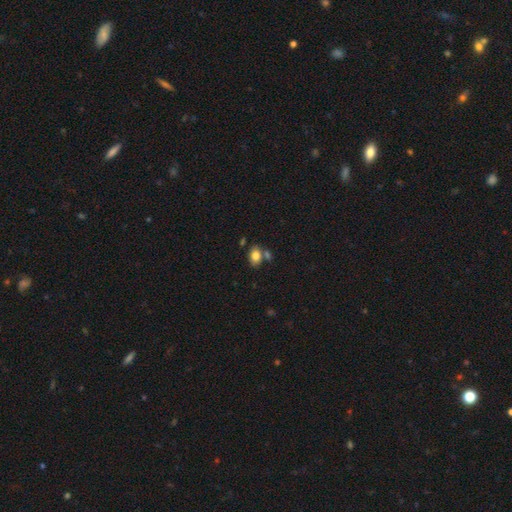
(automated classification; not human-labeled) A smooth galaxy with no disk features (81%) that is in between round and cigar-shaped (81%).

Vote fractions:
- Smooth or featured? smooth: 81% / featured or disk: 10% / star or artifact: 9%
- How rounded? in between: 81% / round: 18% / cigar-shaped: 1%
- Merging? none: 66% / merger: 17% / minor disturbance: 13% / major disturbance: 3%